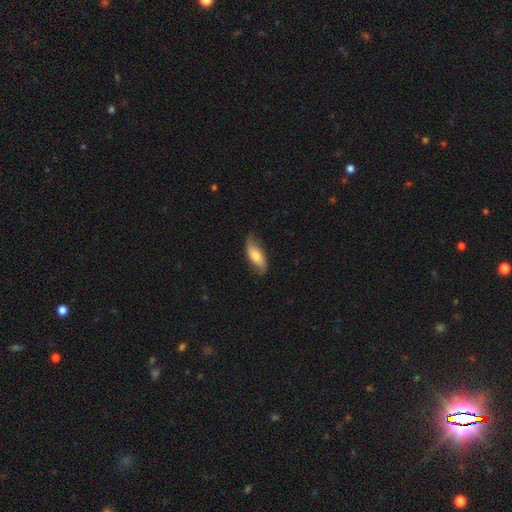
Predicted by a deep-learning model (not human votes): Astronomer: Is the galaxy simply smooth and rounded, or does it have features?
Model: smooth — 59% (runner-up: featured or disk, 35%).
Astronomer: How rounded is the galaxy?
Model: in between — 72%.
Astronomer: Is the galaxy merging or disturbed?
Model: none — 73%.